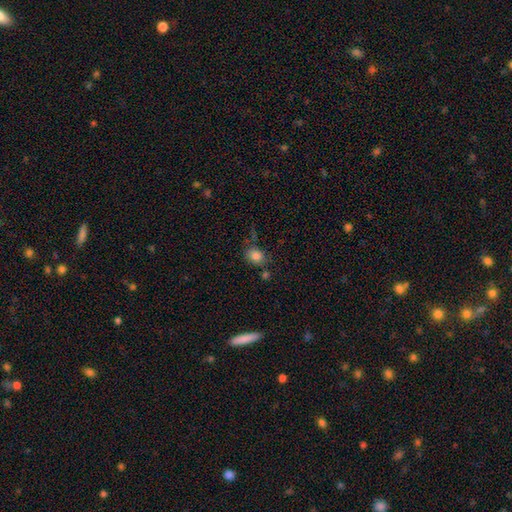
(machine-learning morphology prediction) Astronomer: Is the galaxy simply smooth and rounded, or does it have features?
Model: smooth — 83%.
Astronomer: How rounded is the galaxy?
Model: round — 60% (runner-up: in between, 39%).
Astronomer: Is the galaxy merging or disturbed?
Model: none — 67%.